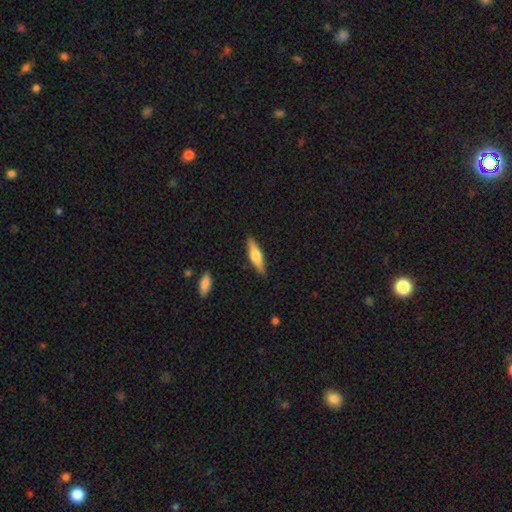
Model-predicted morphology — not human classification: This appears to be a smooth galaxy with no disk features (51%) that is cigar-shaped (67%). Merging: none (88%).